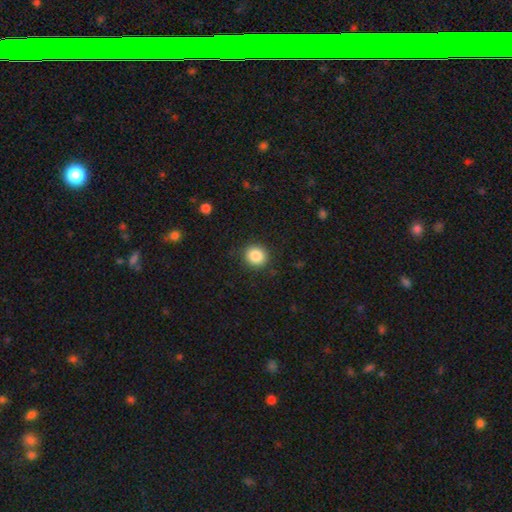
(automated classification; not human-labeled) Q: Smooth or featured?
A: smooth (86%); runner-up: star or artifact (9%)
Q: How rounded?
A: round (88%); runner-up: in between (11%)
Q: Merging?
A: none (90%); runner-up: minor disturbance (7%)